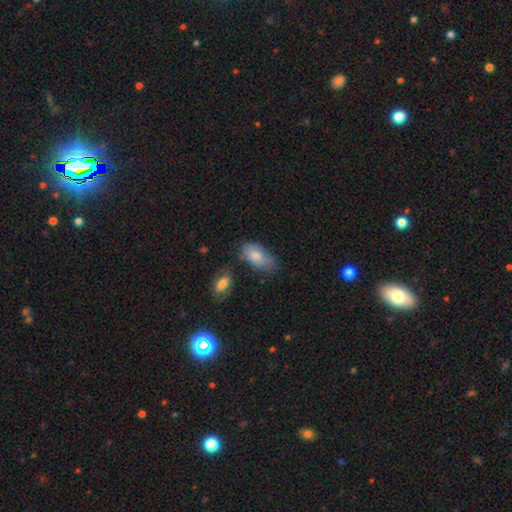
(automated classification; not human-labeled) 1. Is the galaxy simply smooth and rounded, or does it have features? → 78% smooth, 15% featured or disk, 7% star or artifact.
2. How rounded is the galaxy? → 93% in between, 4% cigar-shaped, 4% round.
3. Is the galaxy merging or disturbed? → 51% none, 30% minor disturbance, 10% merger, 9% major disturbance.